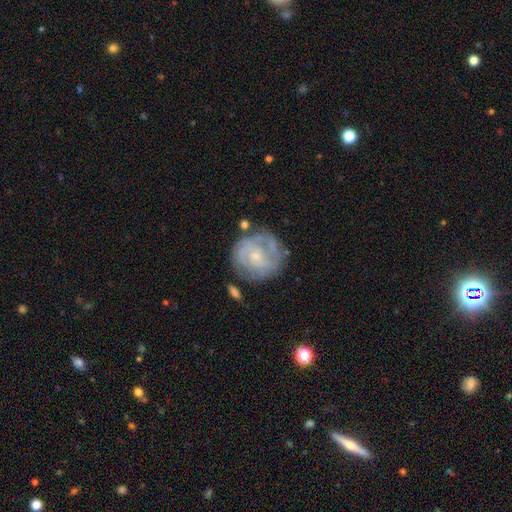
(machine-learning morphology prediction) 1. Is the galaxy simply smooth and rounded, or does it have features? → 75% featured or disk, 19% smooth, 7% star or artifact.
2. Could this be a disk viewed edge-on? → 98% no, 2% yes.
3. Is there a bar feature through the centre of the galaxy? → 69% no, 26% weak, 5% strong.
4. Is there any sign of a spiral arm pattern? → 81% yes, 19% no.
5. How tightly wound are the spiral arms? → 62% tight, 29% medium, 10% loose.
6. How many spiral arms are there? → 42% can't tell, 29% 2, 14% 3, 5% 4, 5% 1, 4% more than 4.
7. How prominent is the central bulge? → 73% small, 21% moderate, 4% none, 1% large, 1% dominant.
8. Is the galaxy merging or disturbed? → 66% none, 20% minor disturbance, 10% major disturbance, 5% merger.